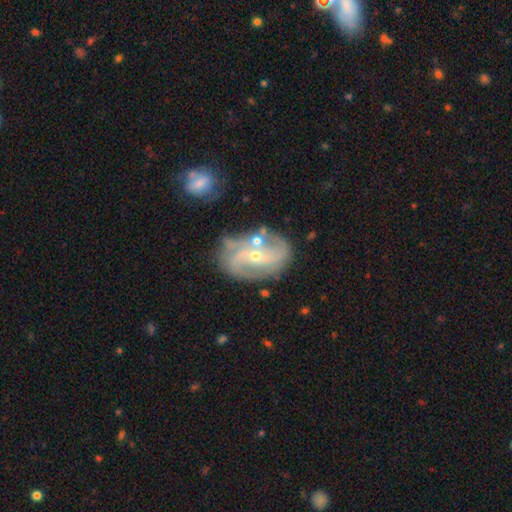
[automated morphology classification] A featured or disk galaxy (84%) with no bar (44%), 2 (75%) medium (45%) spiral arms (92%) and a small central bulge (66%). Merging: none (62%).